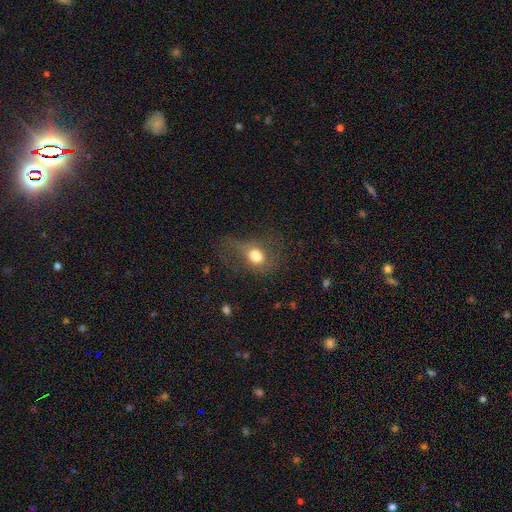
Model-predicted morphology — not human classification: A smooth galaxy with no disk features (68%) that is in between round and cigar-shaped (54%). Merging: none (37%).